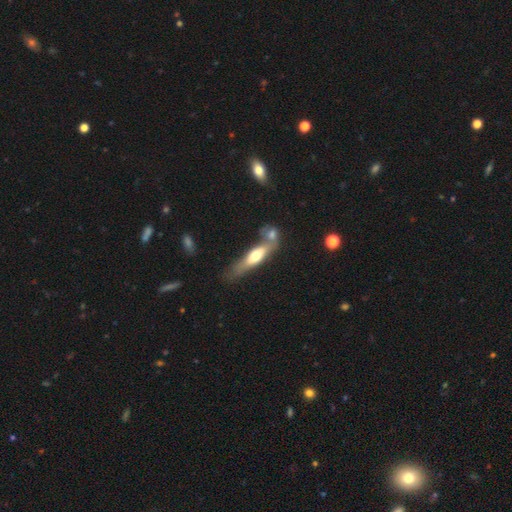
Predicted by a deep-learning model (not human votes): Morphology: type=smooth (48%); merging=none (43%).